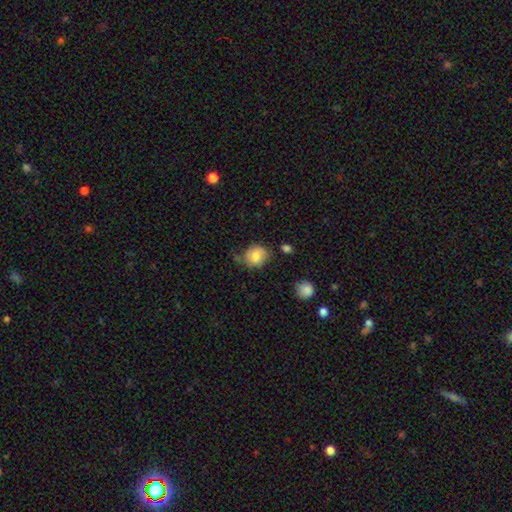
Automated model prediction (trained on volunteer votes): smooth-or-featured: smooth: 76% | featured or disk: 16% | star or artifact: 8%
  how-rounded: round: 72% | in between: 27% | cigar-shaped: 1%
  merging: none: 64% | minor disturbance: 24% | major disturbance: 7% | merger: 5%